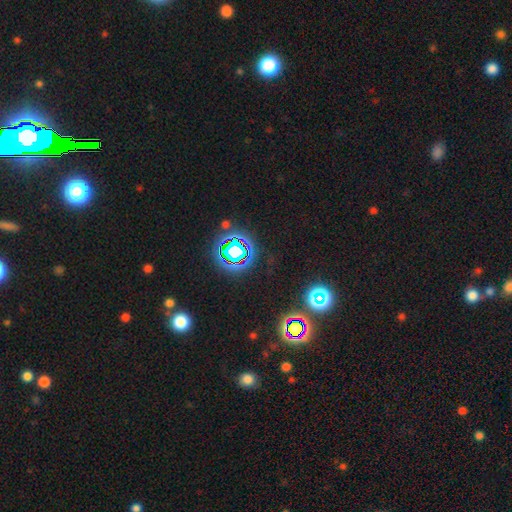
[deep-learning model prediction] Smooth or featured: star or artifact — 79% (smooth — 14%)